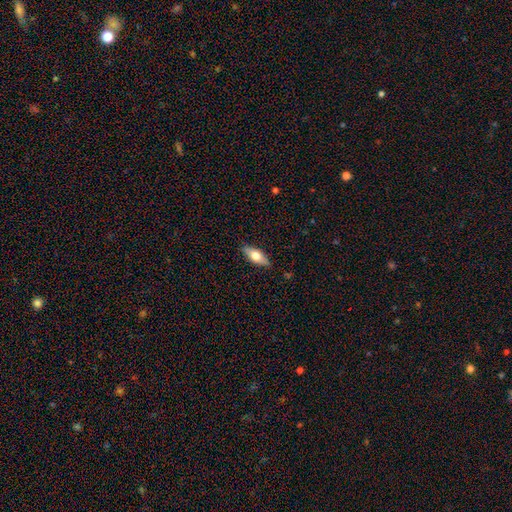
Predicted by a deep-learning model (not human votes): Smooth or featured: smooth — 61% (featured or disk — 33%)
How rounded: in between — 72% (cigar-shaped — 25%)
Merging: none — 86% (minor disturbance — 10%)